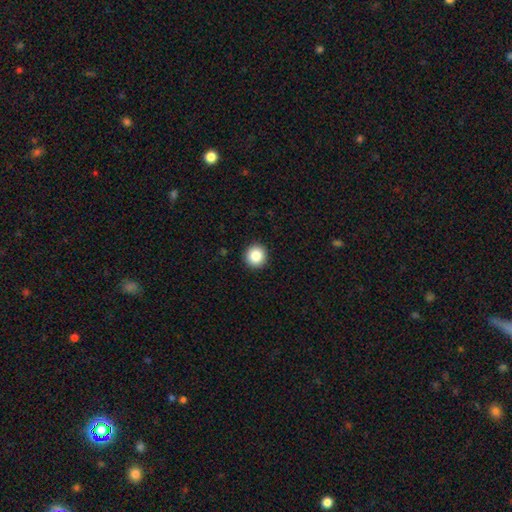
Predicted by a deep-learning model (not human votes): This is clearly a smooth galaxy (86%). How rounded: clearly round (95%). Merging: clearly none (93%).